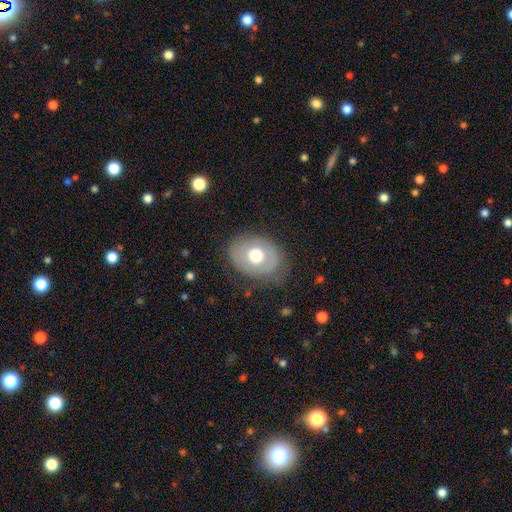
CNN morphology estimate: Q: Smooth or featured?
A: smooth (56%); runner-up: featured or disk (36%)
Q: How rounded?
A: in between (56%); runner-up: round (43%)
Q: Merging?
A: none (73%); runner-up: minor disturbance (18%)